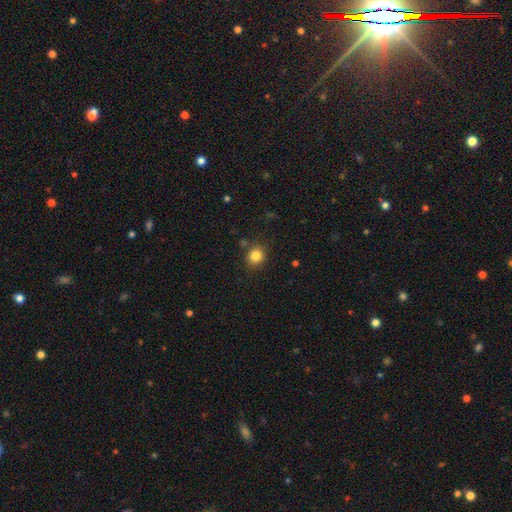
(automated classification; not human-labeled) Morphology: type=smooth (84%); roundness=round (84%); merging=none (85%).